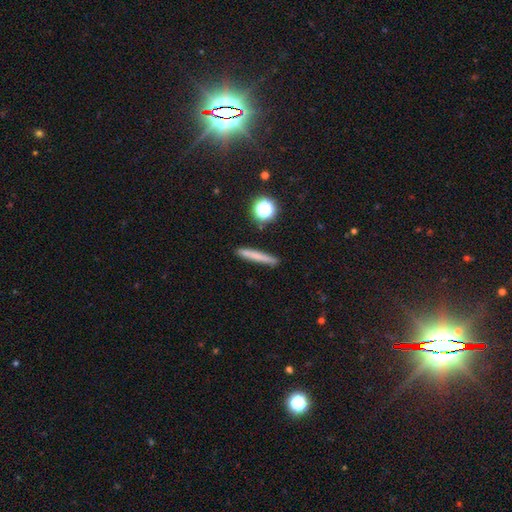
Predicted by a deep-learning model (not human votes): A smooth galaxy with no disk features (69%) that is cigar-shaped (93%). Merging: none (89%).